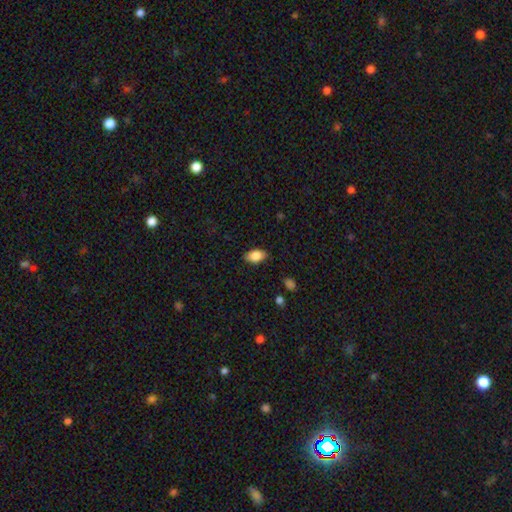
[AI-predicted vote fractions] This is clearly a smooth galaxy (83%). How rounded: clearly in between (90%). Merging: clearly none (86%).